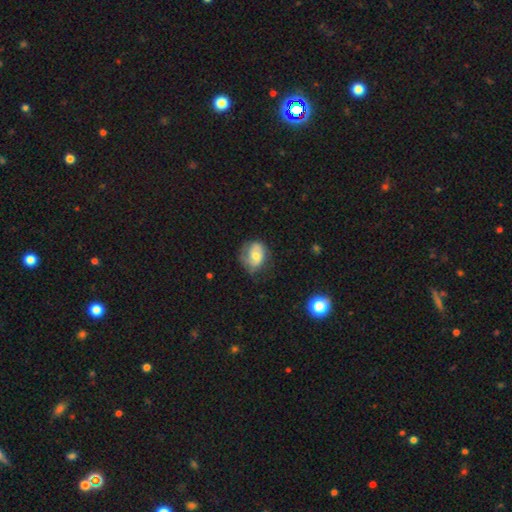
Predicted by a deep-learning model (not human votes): A smooth galaxy with no disk features (49%).

Vote fractions:
- Smooth or featured? smooth: 49% / featured or disk: 43% / star or artifact: 8%
- Merging? none: 53% / minor disturbance: 30% / major disturbance: 15% / merger: 2%